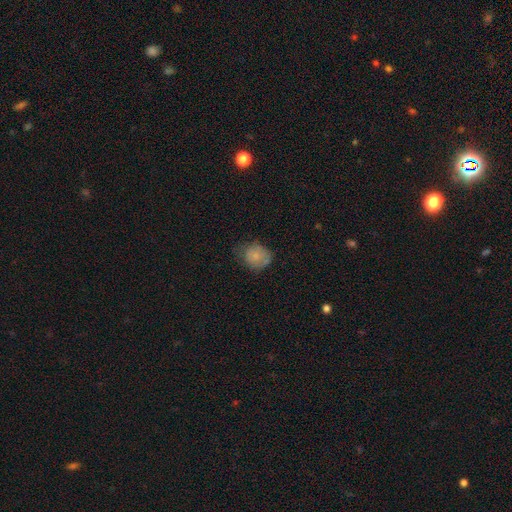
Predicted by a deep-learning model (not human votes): This appears to be a smooth galaxy with no disk features (73%) that is round (64%). Merging: none (53%).